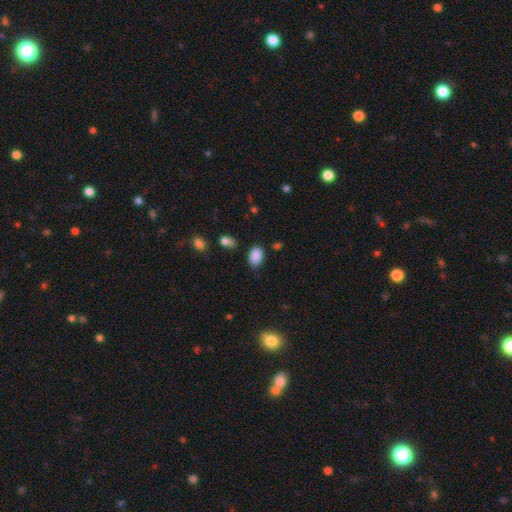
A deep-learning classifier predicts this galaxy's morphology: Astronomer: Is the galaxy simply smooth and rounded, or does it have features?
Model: smooth — 87%.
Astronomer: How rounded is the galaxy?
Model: in between — 86%.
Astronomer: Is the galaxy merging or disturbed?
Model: none — 76%.